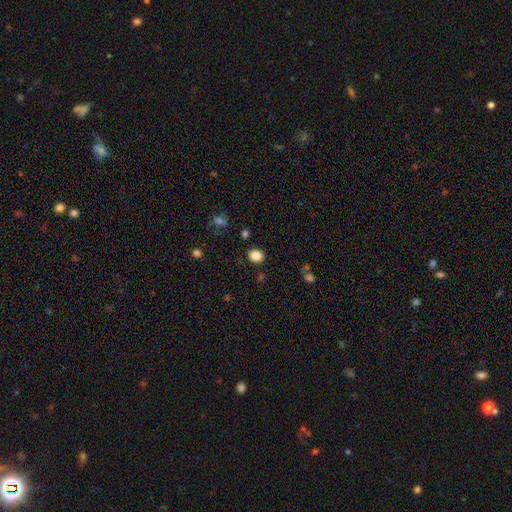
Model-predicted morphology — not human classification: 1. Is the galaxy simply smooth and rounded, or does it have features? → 85% smooth, 11% star or artifact, 4% featured or disk.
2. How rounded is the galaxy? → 58% round, 41% in between, 1% cigar-shaped.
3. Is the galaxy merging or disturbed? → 87% none, 8% minor disturbance, 3% major disturbance, 2% merger.